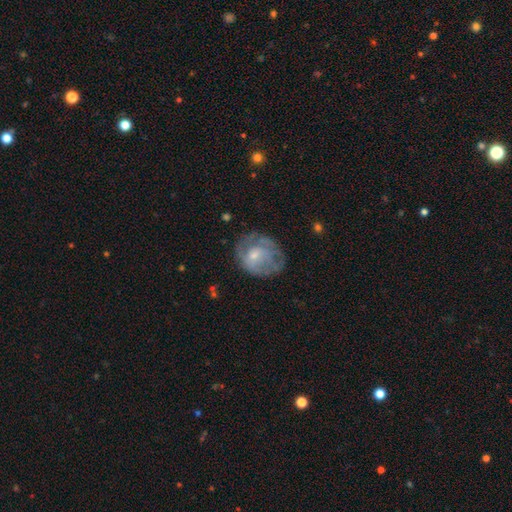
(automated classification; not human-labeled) This is possibly a featured or disk galaxy (54%). It is clearly not viewed edge-on (97%). Bar: likely no (72%). Spiral arm pattern: possibly yes (57%). Central bulge: possibly small (56%). Merging: possibly none (56%).